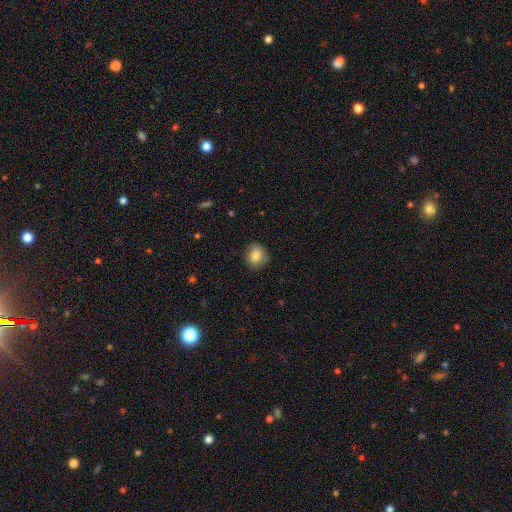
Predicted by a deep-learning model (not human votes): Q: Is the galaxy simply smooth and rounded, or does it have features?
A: smooth — 84%.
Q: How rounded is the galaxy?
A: round — 70%.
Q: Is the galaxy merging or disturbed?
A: none — 82%.